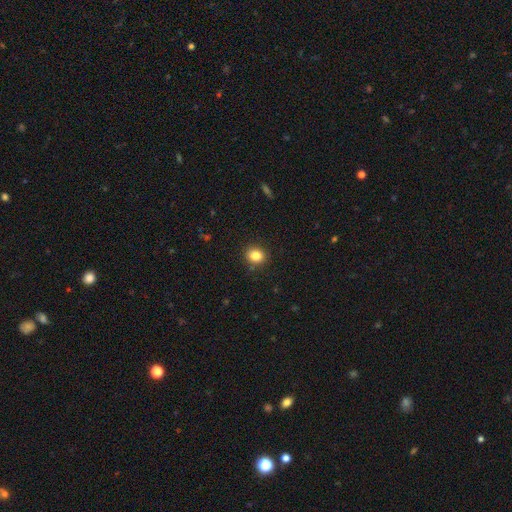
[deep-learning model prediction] A smooth galaxy with no disk features (84%) that is round (70%). Merging: none (89%).